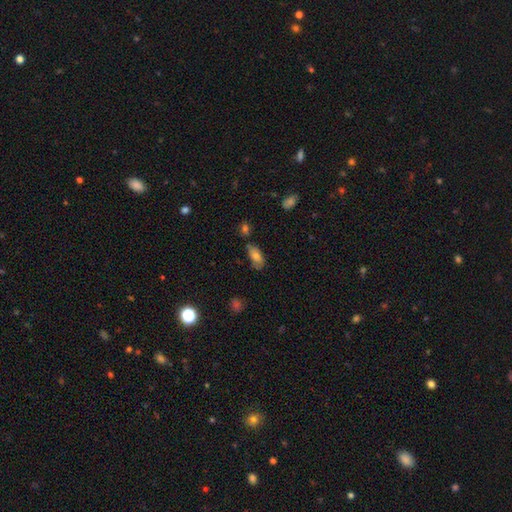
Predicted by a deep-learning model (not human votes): Smooth or featured? Predicted: smooth (p=0.73). How rounded? Predicted: in between (p=0.87). Merging? Predicted: none (p=0.60).